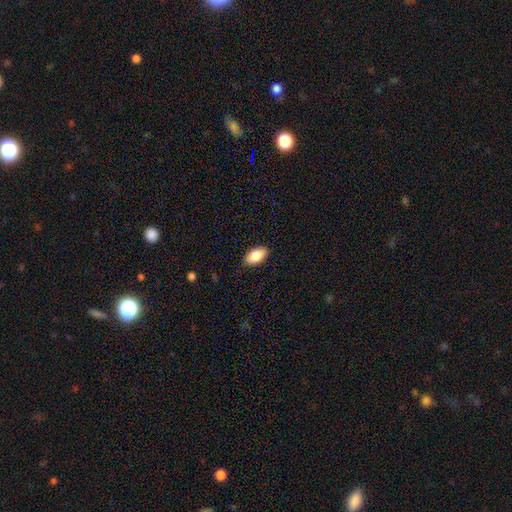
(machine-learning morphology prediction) Q: Smooth or featured?
A: smooth (84%); runner-up: featured or disk (10%)
Q: How rounded?
A: in between (94%); runner-up: round (4%)
Q: Merging?
A: none (87%); runner-up: minor disturbance (10%)